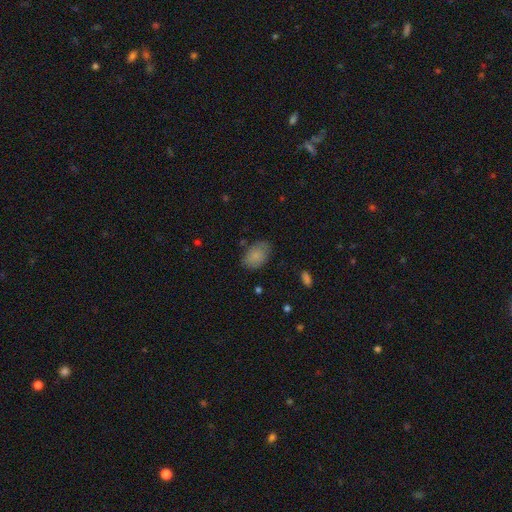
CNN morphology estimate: smooth 83%, featured or disk 10%, star or artifact 7%. Down the decision tree: how rounded — in between (85%); merging — none (76%).